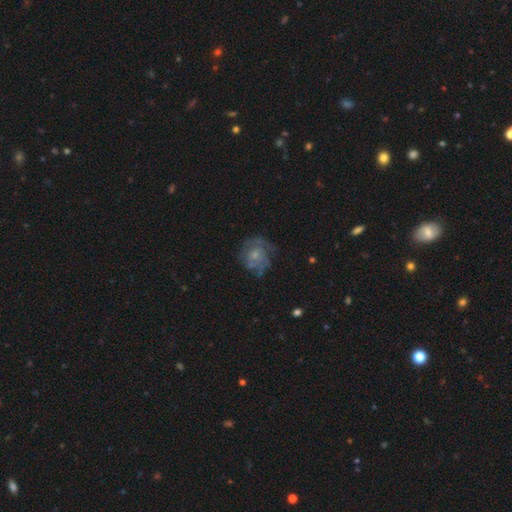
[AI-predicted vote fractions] smooth_or_featured: featured or disk (p=0.62) [alt: smooth p=0.28]
disk_edge_on: no (p=0.98) [alt: yes p=0.02]
bar: no (p=0.82) [alt: weak p=0.16]
has_spiral_arms: yes (p=0.71) [alt: no p=0.29]
bulge_size: small (p=0.56) [alt: moderate p=0.34]
merging: none (p=0.55) [alt: minor disturbance p=0.22]